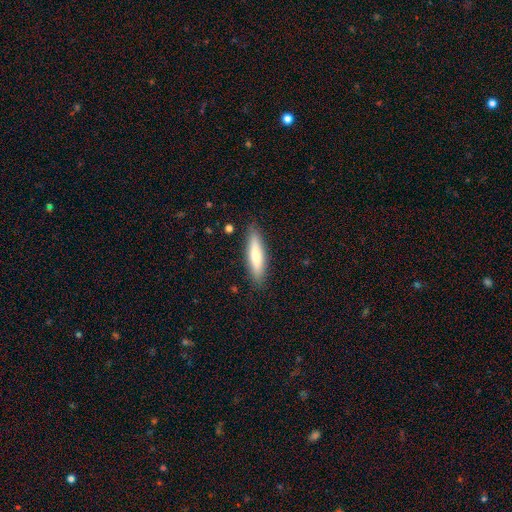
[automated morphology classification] A smooth galaxy with no disk features (67%) that is cigar-shaped (76%).

Vote fractions:
- Smooth or featured? smooth: 67% / featured or disk: 27% / star or artifact: 6%
- How rounded? cigar-shaped: 76% / in between: 23% / round: 1%
- Merging? none: 86% / minor disturbance: 10% / major disturbance: 2% / merger: 1%